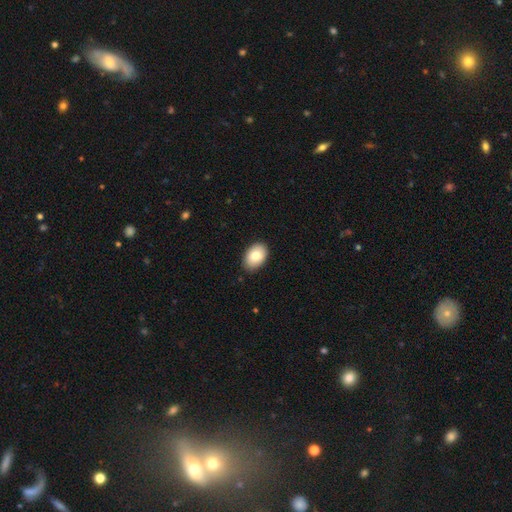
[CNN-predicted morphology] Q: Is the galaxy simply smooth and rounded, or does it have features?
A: smooth — 82%.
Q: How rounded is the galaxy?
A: in between — 87%.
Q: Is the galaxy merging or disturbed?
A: none — 87%.